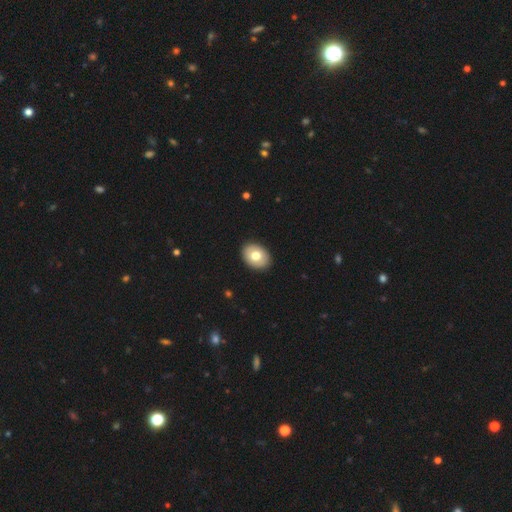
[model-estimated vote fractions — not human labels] smooth 72%, featured or disk 22%, star or artifact 6%. Down the decision tree: how rounded — in between (69%); merging — none (90%).